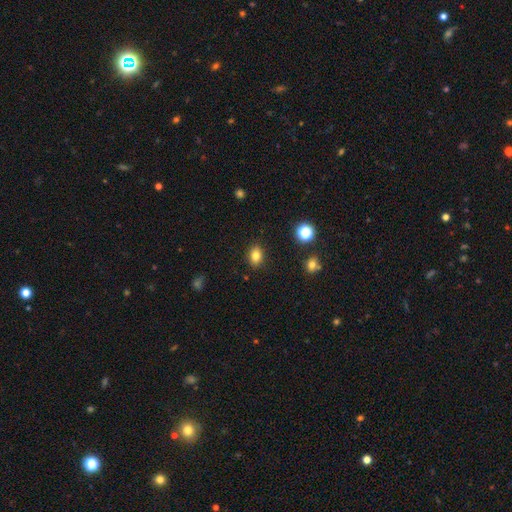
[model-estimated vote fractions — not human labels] Smooth or featured?
  - smooth: 82% *
  - star or artifact: 11%
  - featured or disk: 7%
How rounded?
  - in between: 71% *
  - round: 28%
  - cigar-shaped: 1%
Merging?
  - none: 87% *
  - minor disturbance: 9%
  - major disturbance: 2%
  - merger: 2%